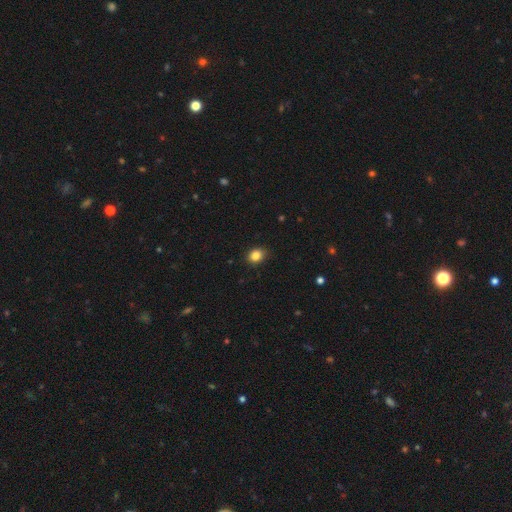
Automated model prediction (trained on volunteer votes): smooth 85%, star or artifact 10%, featured or disk 5%. Down the decision tree: how rounded — in between (50%); merging — none (87%).